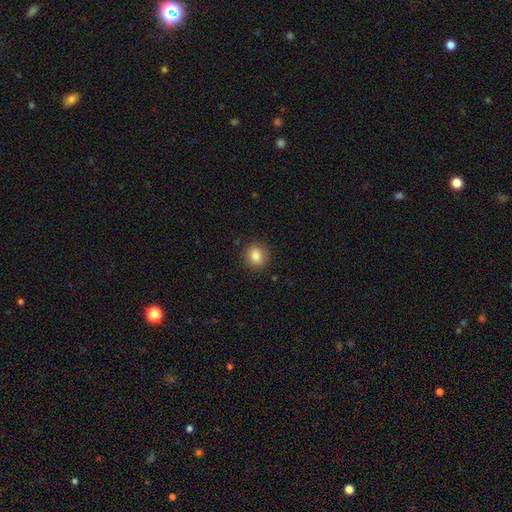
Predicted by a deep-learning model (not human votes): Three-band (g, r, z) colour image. It shows a smooth galaxy with no disk features (85%) that is round (86%). Merging: none (90%).